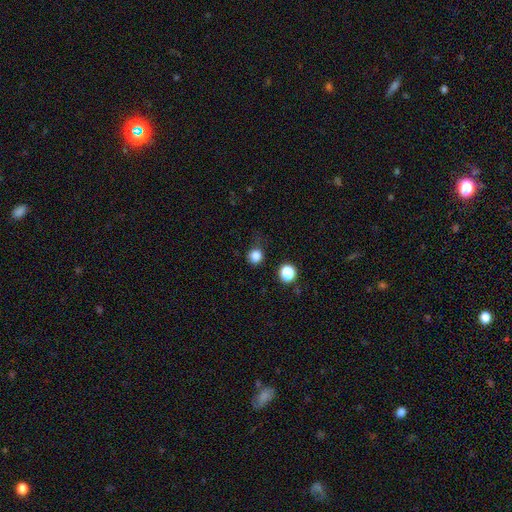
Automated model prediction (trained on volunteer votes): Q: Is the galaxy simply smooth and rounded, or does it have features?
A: smooth — 83%.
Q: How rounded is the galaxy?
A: round — 89%.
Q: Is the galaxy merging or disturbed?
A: none — 77%.